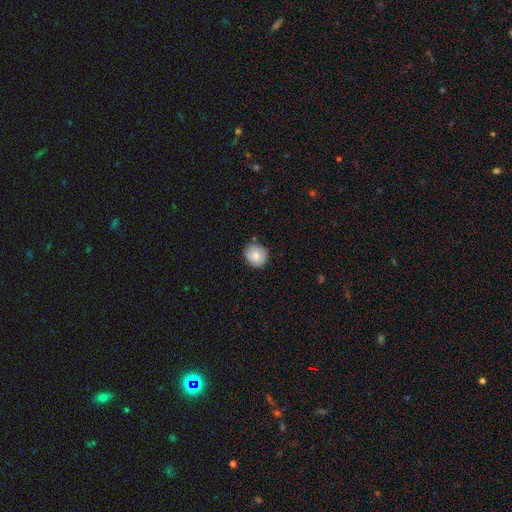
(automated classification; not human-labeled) This is likely a smooth galaxy (78%). How rounded: clearly round (85%). Merging: clearly none (81%).